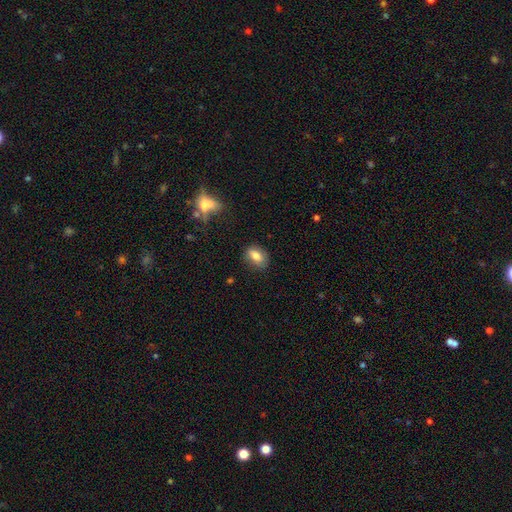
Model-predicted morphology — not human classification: A smooth galaxy with no disk features (79%) that is in between round and cigar-shaped (80%).

Vote fractions:
- Smooth or featured? smooth: 79% / featured or disk: 12% / star or artifact: 9%
- How rounded? in between: 80% / round: 18% / cigar-shaped: 2%
- Merging? none: 78% / minor disturbance: 16% / major disturbance: 4% / merger: 2%